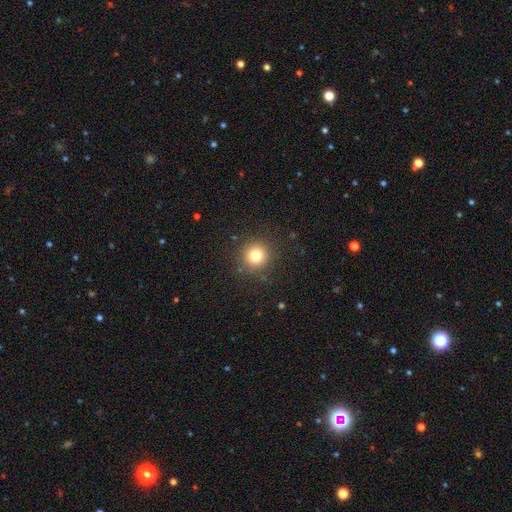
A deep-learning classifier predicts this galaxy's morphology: Overall: smooth (78%). How rounded: round (95%). Merging: none (89%).